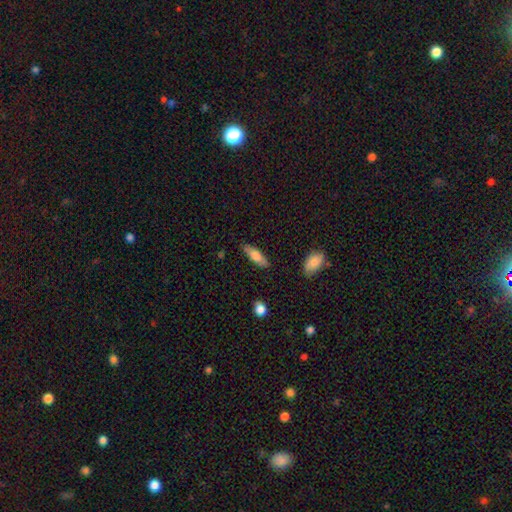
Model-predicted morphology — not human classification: smooth_or_featured: smooth (p=0.69) [alt: featured or disk p=0.25]
how_rounded: cigar-shaped (p=0.51) [alt: in between p=0.46]
merging: none (p=0.85) [alt: minor disturbance p=0.11]